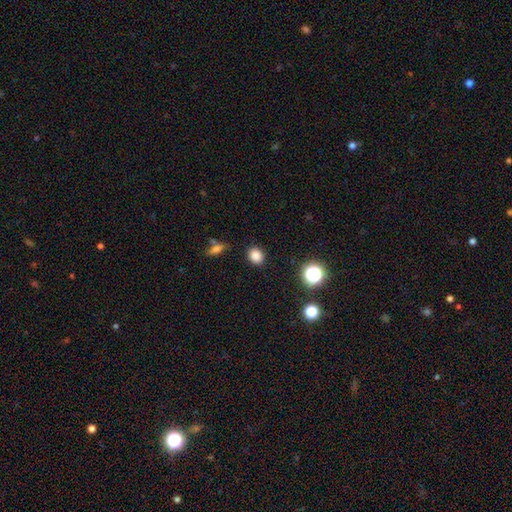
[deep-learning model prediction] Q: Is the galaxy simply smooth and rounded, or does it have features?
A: smooth — 83%.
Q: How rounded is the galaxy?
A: round — 63%.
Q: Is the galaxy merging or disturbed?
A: none — 87%.